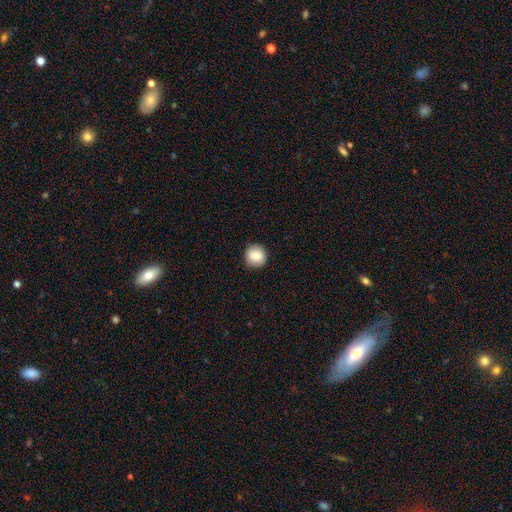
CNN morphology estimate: Q: Smooth or featured?
A: smooth (83%); runner-up: featured or disk (9%)
Q: How rounded?
A: round (93%); runner-up: in between (6%)
Q: Merging?
A: none (91%); runner-up: minor disturbance (7%)